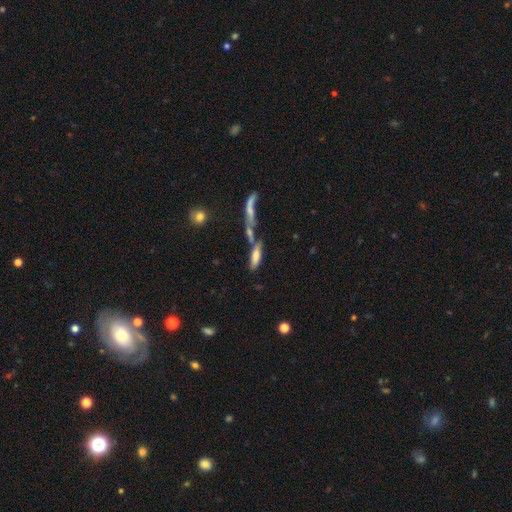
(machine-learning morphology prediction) Smooth or featured? Predicted: smooth (p=0.66). How rounded? Predicted: cigar-shaped (p=0.55). Merging? Predicted: merger (p=0.50).